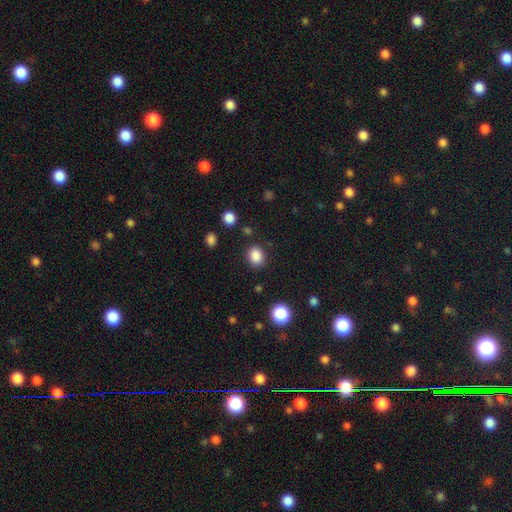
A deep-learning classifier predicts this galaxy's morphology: Smooth or featured: smooth — 86% (star or artifact — 10%)
How rounded: round — 57% (in between — 42%)
Merging: none — 84% (minor disturbance — 10%)